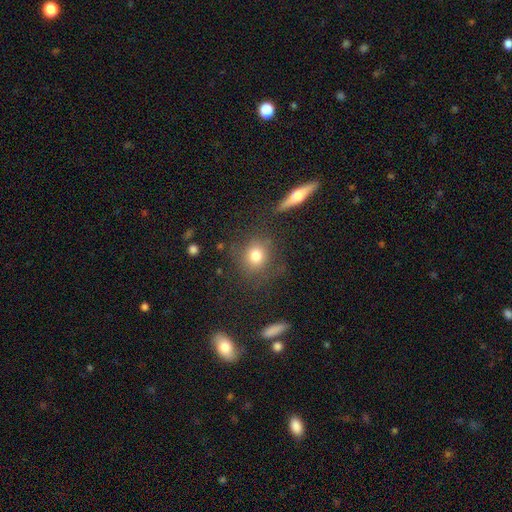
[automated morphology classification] Q: Smooth or featured?
A: smooth (76%); runner-up: star or artifact (12%)
Q: How rounded?
A: round (77%); runner-up: in between (22%)
Q: Merging?
A: none (74%); runner-up: minor disturbance (14%)